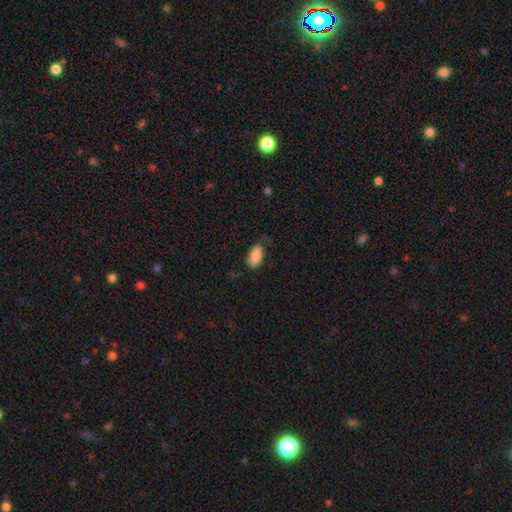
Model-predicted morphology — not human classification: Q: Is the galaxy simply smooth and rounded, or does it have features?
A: smooth — 87%.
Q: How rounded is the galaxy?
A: in between — 88%.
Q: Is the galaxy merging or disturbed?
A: none — 62%.